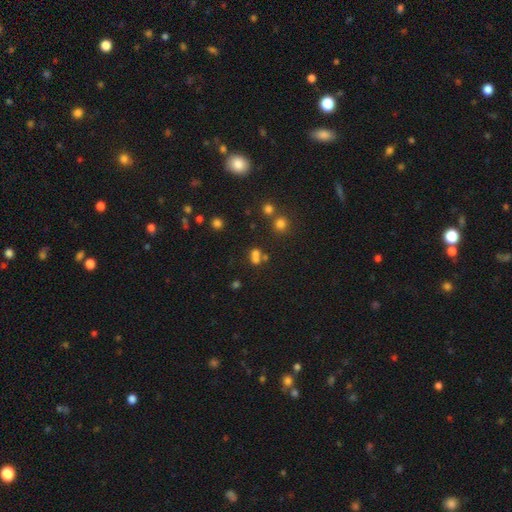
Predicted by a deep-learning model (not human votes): This appears to be a smooth galaxy with no disk features (62%) that is in between round and cigar-shaped (56%). Merging: merger (42%).